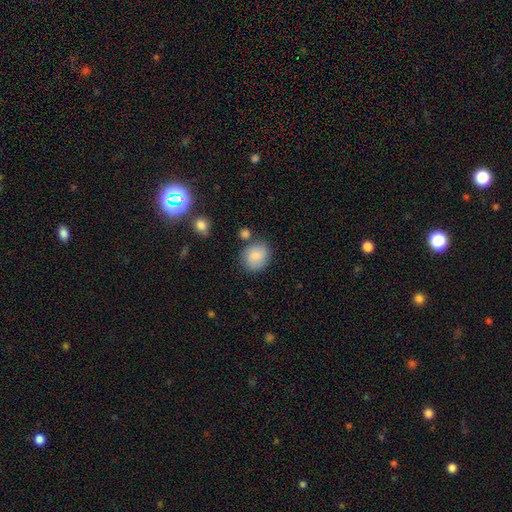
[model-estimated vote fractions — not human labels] This appears to be a smooth galaxy with no disk features (83%) that is round (74%). Merging: none (75%).